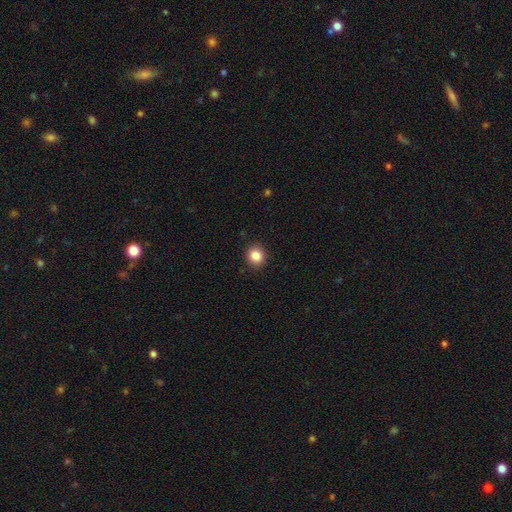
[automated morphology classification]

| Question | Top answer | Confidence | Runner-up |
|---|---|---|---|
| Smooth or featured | smooth | 86% | star or artifact (10%) |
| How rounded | round | 86% | in between (13%) |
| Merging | none | 91% | minor disturbance (6%) |